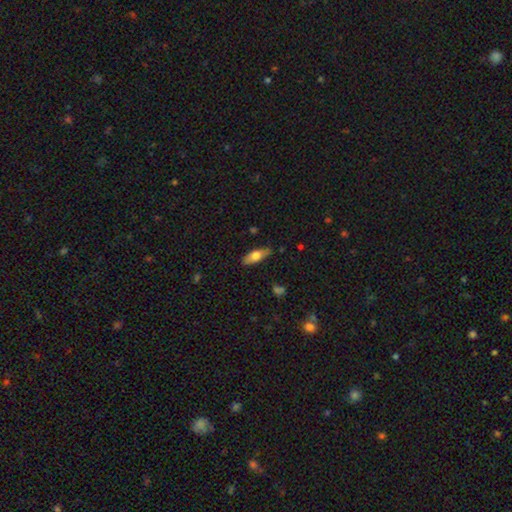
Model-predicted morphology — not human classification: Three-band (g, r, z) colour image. It shows a smooth galaxy with no disk features (64%) that is in between round and cigar-shaped (66%). Merging: none (83%).